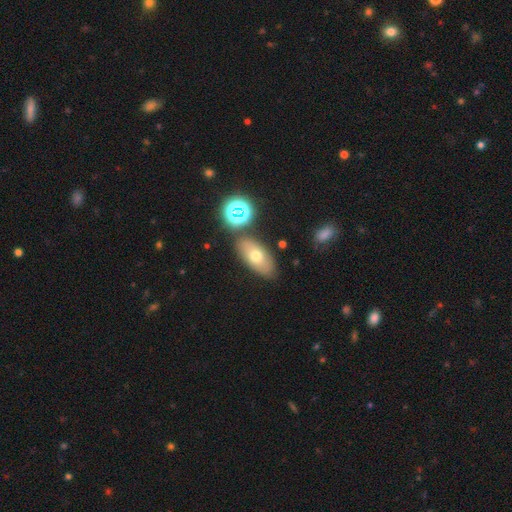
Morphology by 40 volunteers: smooth_or_featured: smooth (p=0.70) [alt: featured or disk p=0.23]
how_rounded: in between (p=0.93) [alt: round p=0.04]
merging: none (p=0.84) [alt: minor disturbance p=0.08]